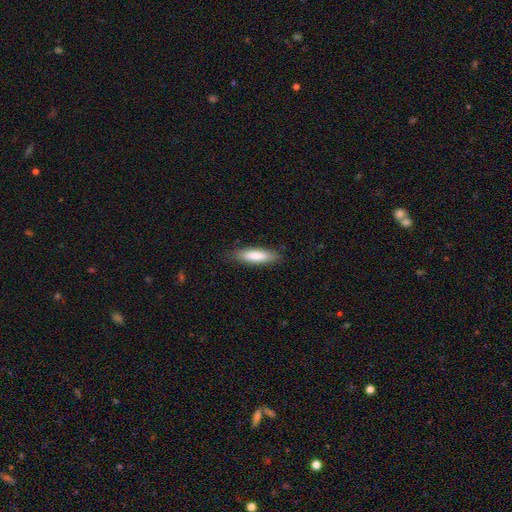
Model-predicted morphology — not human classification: Q: Smooth or featured?
A: smooth (83%); runner-up: featured or disk (11%)
Q: How rounded?
A: cigar-shaped (67%); runner-up: in between (32%)
Q: Merging?
A: none (85%); runner-up: minor disturbance (11%)